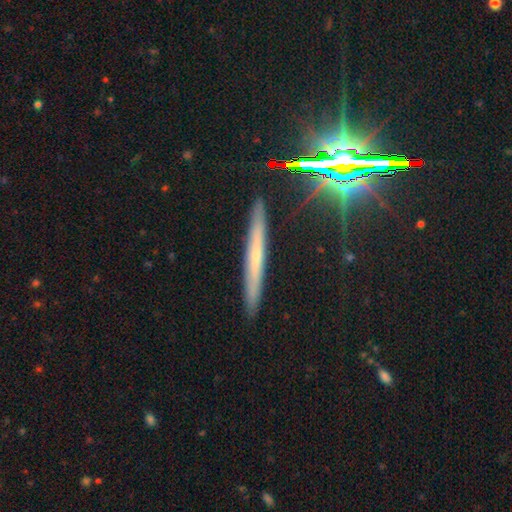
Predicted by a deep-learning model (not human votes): This appears to be a featured or disk galaxy (49%). Merging: none (89%).